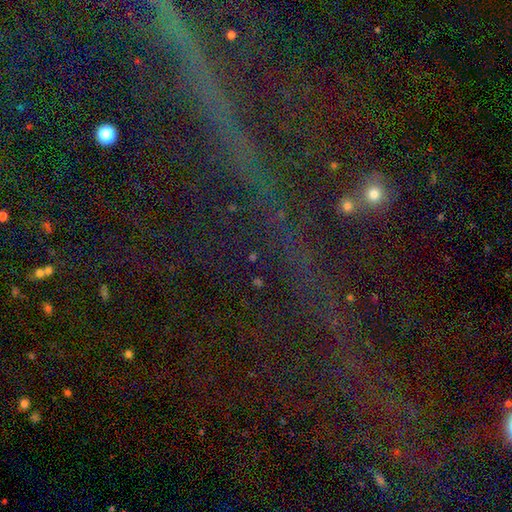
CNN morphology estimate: This appears to be a star or artifact, not a galaxy (77%).